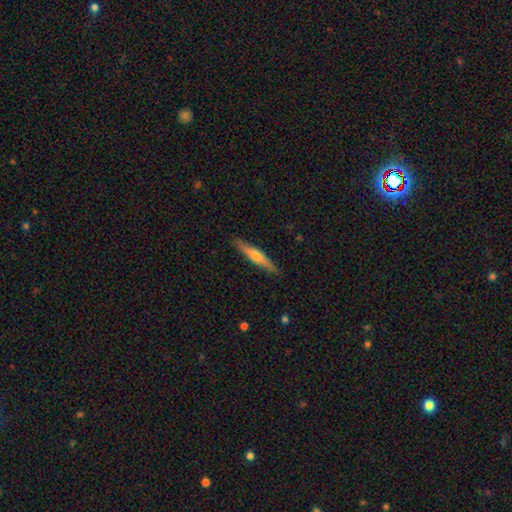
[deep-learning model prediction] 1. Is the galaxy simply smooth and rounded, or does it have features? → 53% featured or disk, 42% smooth, 6% star or artifact.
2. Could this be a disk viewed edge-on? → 95% yes, 5% no.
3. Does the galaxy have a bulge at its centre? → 80% rounded, 14% none, 6% boxy.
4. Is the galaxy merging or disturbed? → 90% none, 7% minor disturbance, 1% major disturbance, 1% merger.